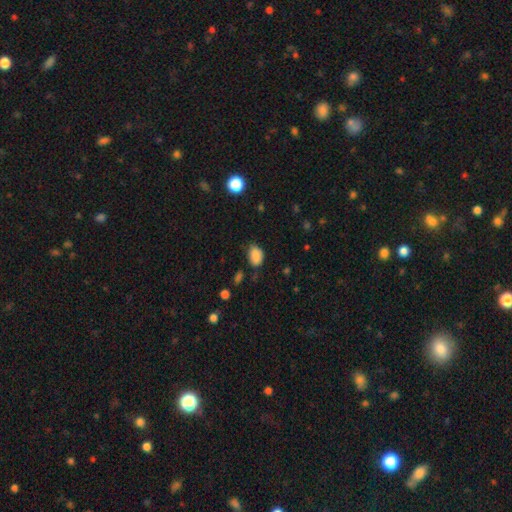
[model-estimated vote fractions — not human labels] Smooth or featured?
  - smooth: 85% *
  - star or artifact: 10%
  - featured or disk: 5%
How rounded?
  - in between: 75% *
  - round: 24%
  - cigar-shaped: 1%
Merging?
  - none: 65% *
  - minor disturbance: 27%
  - major disturbance: 5%
  - merger: 3%